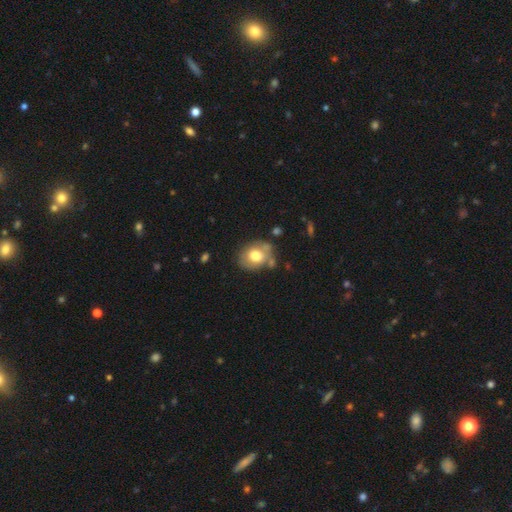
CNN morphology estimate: A smooth galaxy with no disk features (70%) that is round (59%). Merging: none (59%).